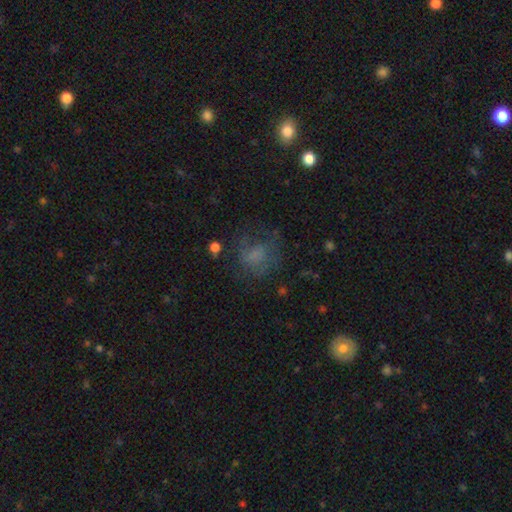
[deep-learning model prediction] Smooth or featured? Predicted: smooth (p=0.55). How rounded? Predicted: round (p=0.58). Merging? Predicted: none (p=0.47).